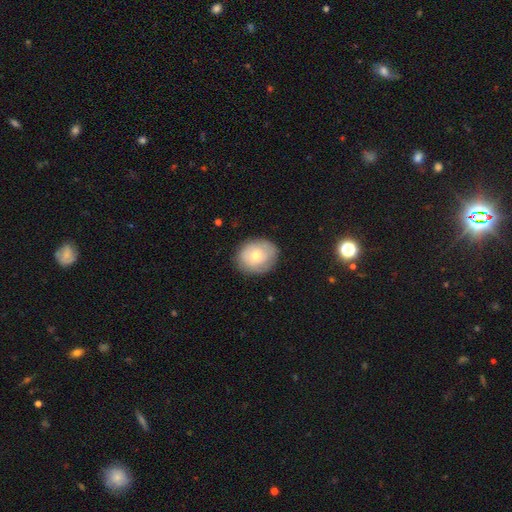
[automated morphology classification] This appears to be a smooth galaxy with no disk features (68%) that is round (64%). Merging: none (81%).